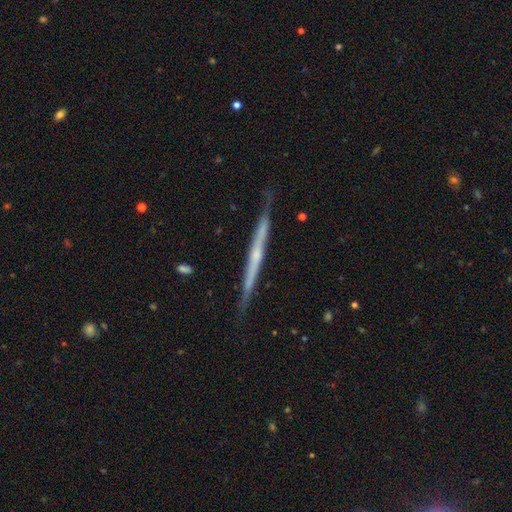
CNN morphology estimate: smooth_or_featured: featured or disk (p=0.71) [alt: smooth p=0.23]
disk_edge_on: yes (p=0.97) [alt: no p=0.03]
edge_on_bulge: none (p=0.64) [alt: rounded p=0.29]
merging: none (p=0.84) [alt: minor disturbance p=0.12]